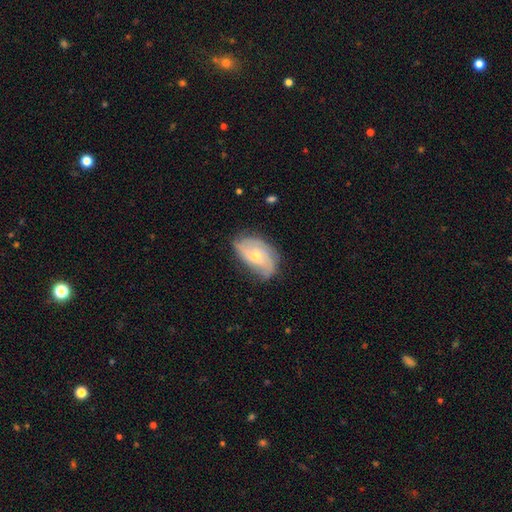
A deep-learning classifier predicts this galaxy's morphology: The model was most divided on "bar": no: 55%, weak: 37%, strong: 7%. More confident: edge-on disk — no (94%); spiral arms — yes (82%); smooth or featured — featured or disk (64%); bulge size — moderate (63%); merging — none (60%).